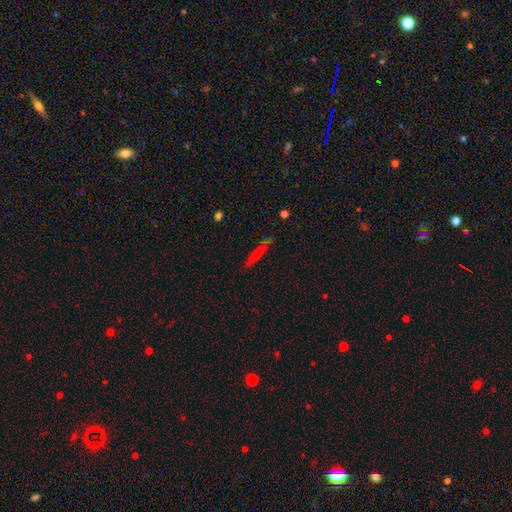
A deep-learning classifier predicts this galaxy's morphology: Smooth or featured? Predicted: smooth (p=0.56). How rounded? Predicted: cigar-shaped (p=0.93). Merging? Predicted: none (p=0.87).